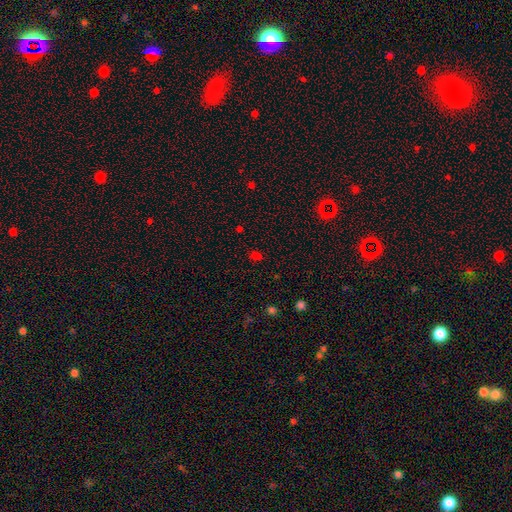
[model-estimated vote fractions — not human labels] smooth_or_featured: smooth (p=0.61) [alt: star or artifact p=0.34]
how_rounded: round (p=0.55) [alt: in between p=0.43]
merging: none (p=0.83) [alt: minor disturbance p=0.11]